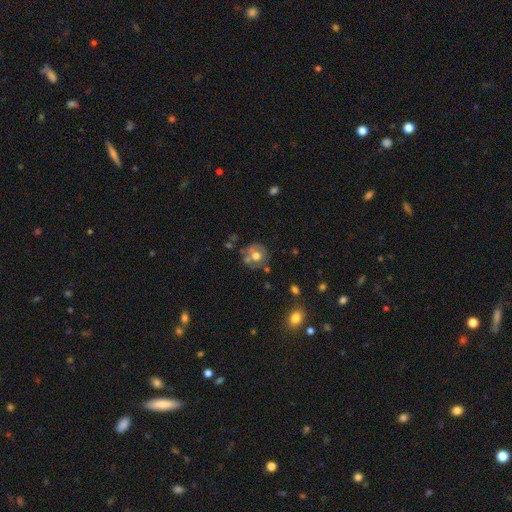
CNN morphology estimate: Smooth or featured? Predicted: smooth (p=0.53). How rounded? Predicted: round (p=0.84). Merging? Predicted: none (p=0.61).